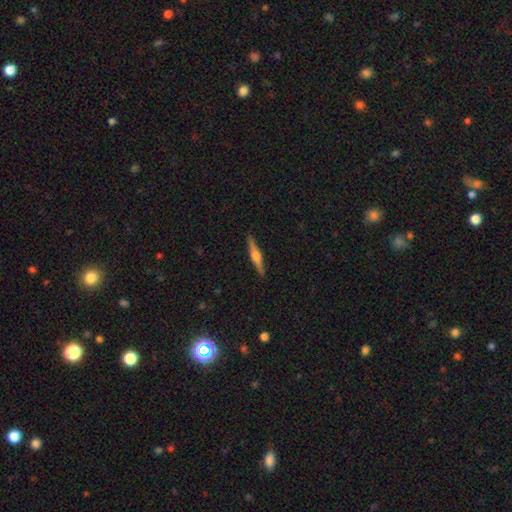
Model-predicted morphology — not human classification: This is likely a featured or disk galaxy (70%). It is clearly viewed edge-on (98%). Edge-on bulge: clearly rounded (85%). Merging: clearly none (91%).